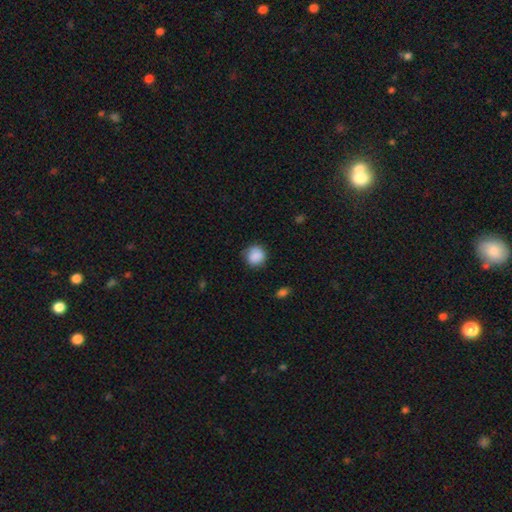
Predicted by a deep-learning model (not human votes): The model was most divided on "merging": none: 80%, minor disturbance: 15%, major disturbance: 4%, merger: 1%. More confident: how rounded — round (89%); smooth or featured — smooth (88%).